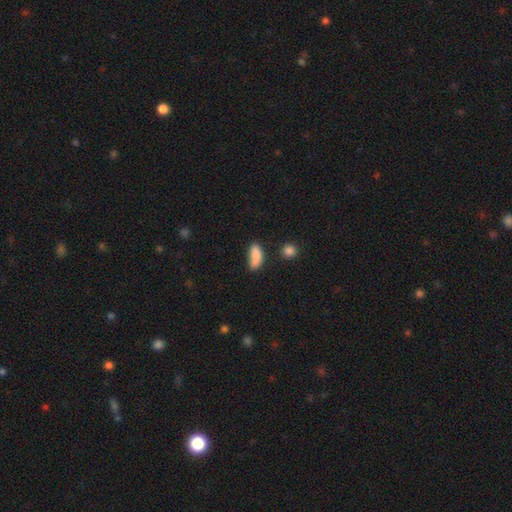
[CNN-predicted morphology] This appears to be a smooth galaxy with no disk features (85%) that is in between round and cigar-shaped (80%). Merging: none (53%).